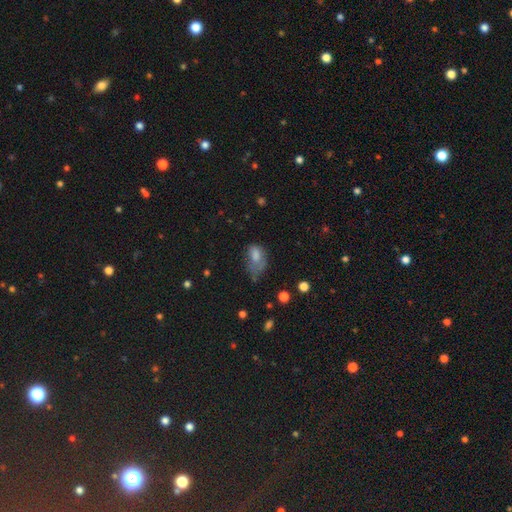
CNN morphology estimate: A smooth galaxy with no disk features (66%) that is in between round and cigar-shaped (85%). Merging: major disturbance (36%).